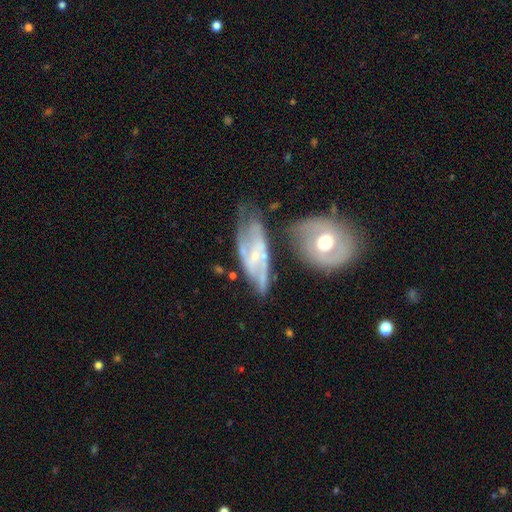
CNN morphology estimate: This appears to be a featured or disk galaxy (80%) with a weak bar (41%), 2 (57%) medium (44%) spiral arms (87%) and a small central bulge (68%). Merging: none (48%).